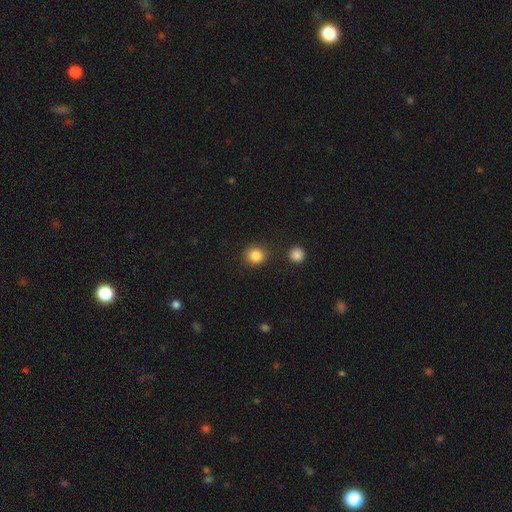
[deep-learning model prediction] smooth 86%, star or artifact 10%, featured or disk 4%. Down the decision tree: how rounded — round (87%); merging — none (85%).